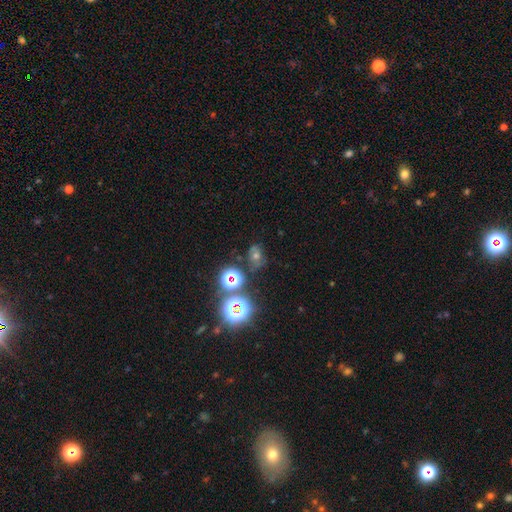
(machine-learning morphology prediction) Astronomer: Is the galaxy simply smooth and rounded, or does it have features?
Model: star or artifact — 53%.